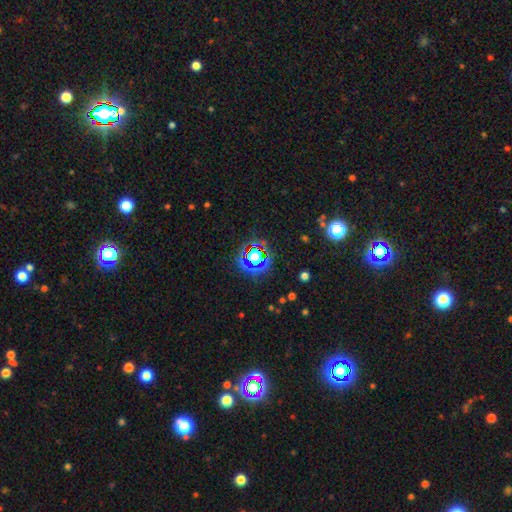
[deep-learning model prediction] Overall: star or artifact (64%; smooth 25%).